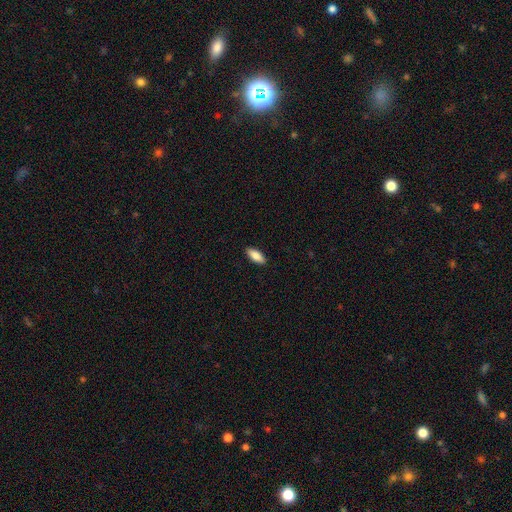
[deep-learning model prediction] smooth_or_featured: smooth (p=0.87) [alt: featured or disk p=0.07]
how_rounded: in between (p=0.78) [alt: cigar-shaped p=0.20]
merging: none (p=0.90) [alt: minor disturbance p=0.08]